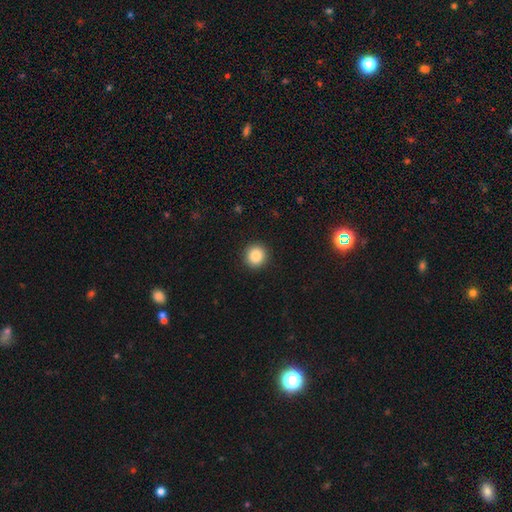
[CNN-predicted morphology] smooth_or_featured: smooth (p=0.88) [alt: star or artifact p=0.09]
how_rounded: round (p=0.93) [alt: in between p=0.06]
merging: none (p=0.92) [alt: minor disturbance p=0.05]